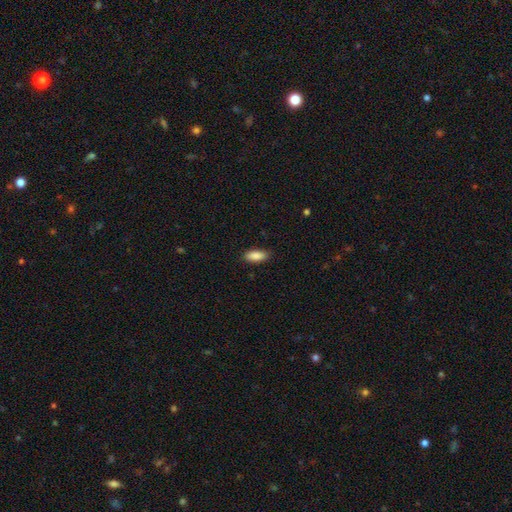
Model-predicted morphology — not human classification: smooth-or-featured: smooth: 89% | star or artifact: 6% | featured or disk: 5%
  how-rounded: in between: 77% | cigar-shaped: 21% | round: 2%
  merging: none: 88% | minor disturbance: 9% | major disturbance: 2% | merger: 1%